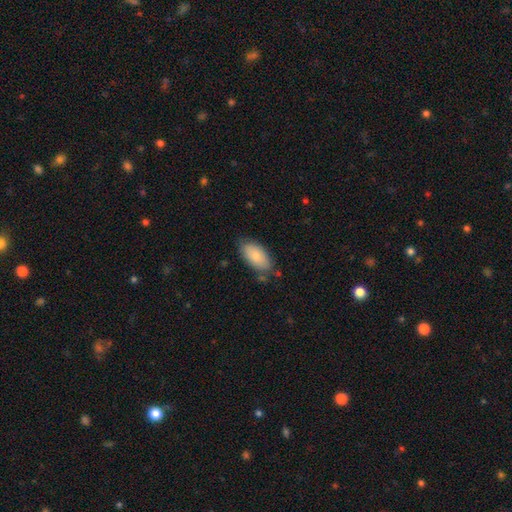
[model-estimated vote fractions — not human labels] Smooth or featured? smooth (81%)
How rounded? in between (94%)
Merging? none (74%)